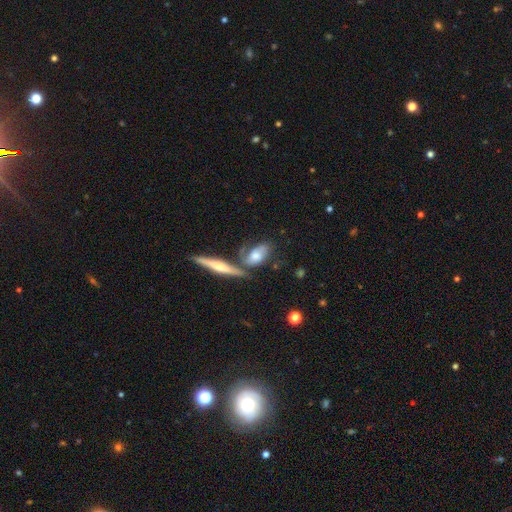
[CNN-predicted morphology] The model was most divided on "smooth or featured": featured or disk: 49%, smooth: 44%, star or artifact: 7%. Remaining: merging — none (40%).